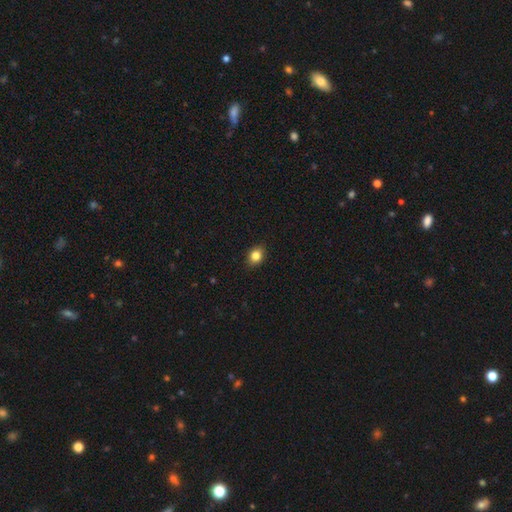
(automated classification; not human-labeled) A smooth galaxy with no disk features (84%) that is in between round and cigar-shaped (52%).

Vote fractions:
- Smooth or featured? smooth: 84% / star or artifact: 10% / featured or disk: 6%
- How rounded? in between: 52% / round: 47% / cigar-shaped: 1%
- Merging? none: 89% / minor disturbance: 8% / major disturbance: 2% / merger: 1%